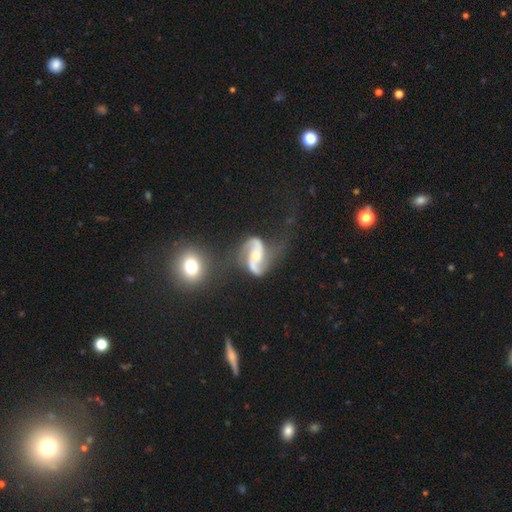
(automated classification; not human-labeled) smooth_or_featured: featured or disk (p=0.90) [alt: smooth p=0.05]
disk_edge_on: no (p=0.97) [alt: yes p=0.03]
bar: no (p=0.47) [alt: weak p=0.30]
has_spiral_arms: yes (p=0.97) [alt: no p=0.03]
spiral_winding: loose (p=0.59) [alt: medium p=0.33]
spiral_arm_count: 2 (p=0.93) [alt: can't tell p=0.02]
bulge_size: moderate (p=0.64) [alt: small p=0.30]
merging: none (p=0.53) [alt: minor disturbance p=0.19]